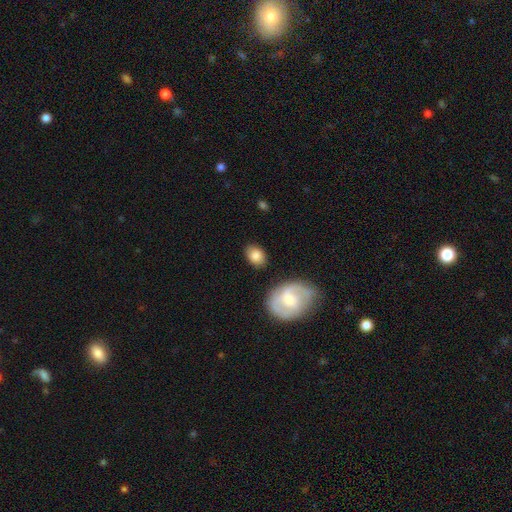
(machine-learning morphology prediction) type=smooth (80%); roundness=in between (71%); merging=none (80%).